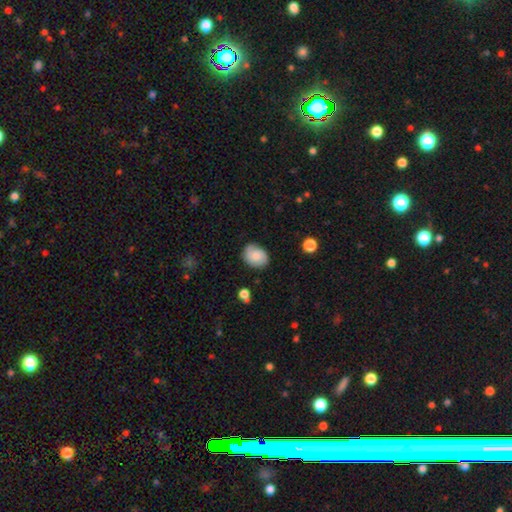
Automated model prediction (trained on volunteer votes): A smooth galaxy with no disk features (75%) that is in between round and cigar-shaped (60%). Merging: none (76%).